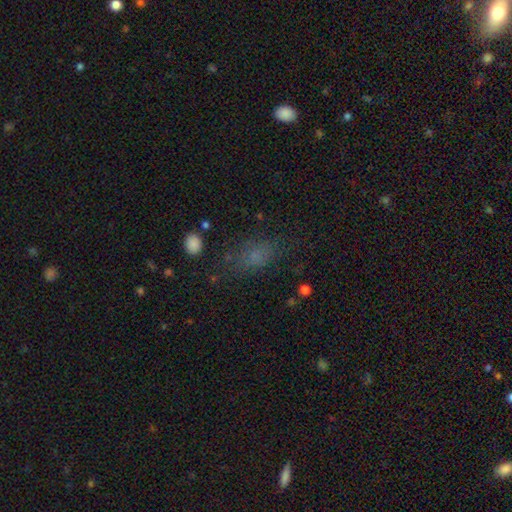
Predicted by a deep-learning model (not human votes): Q: Smooth or featured?
A: smooth (66%); runner-up: star or artifact (19%)
Q: How rounded?
A: in between (80%); runner-up: round (14%)
Q: Merging?
A: none (65%); runner-up: minor disturbance (20%)